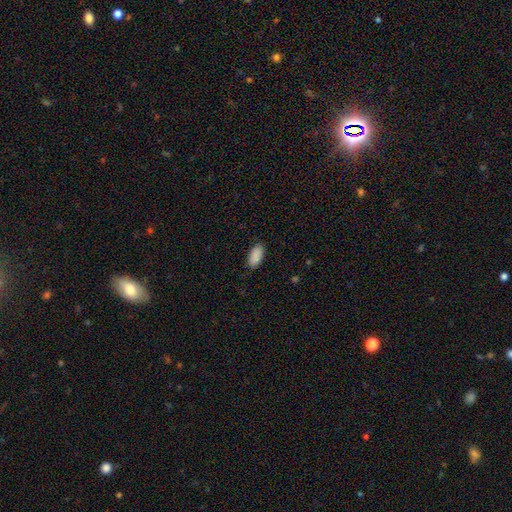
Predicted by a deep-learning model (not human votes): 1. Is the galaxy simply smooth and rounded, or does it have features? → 91% smooth, 6% star or artifact, 3% featured or disk.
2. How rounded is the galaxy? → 91% in between, 7% cigar-shaped, 2% round.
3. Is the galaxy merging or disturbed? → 87% none, 10% minor disturbance, 2% major disturbance, 1% merger.